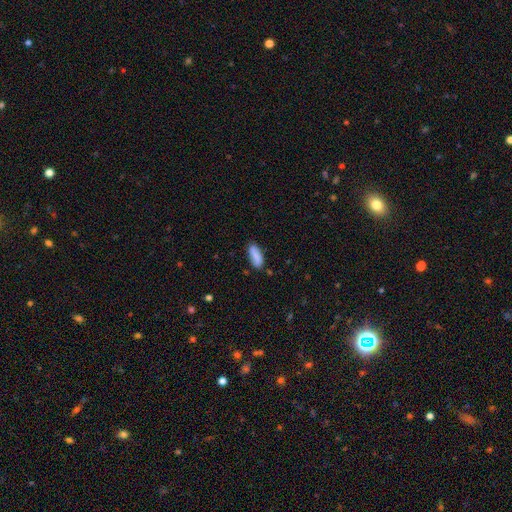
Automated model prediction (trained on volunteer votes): Smooth or featured: smooth — 85% (featured or disk — 9%)
How rounded: in between — 71% (cigar-shaped — 27%)
Merging: none — 78% (minor disturbance — 16%)